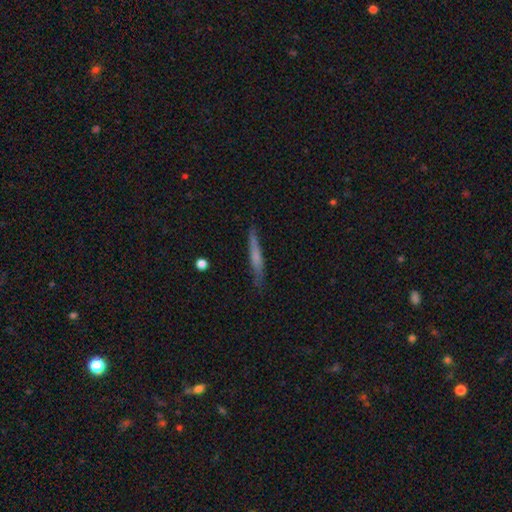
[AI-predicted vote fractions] smooth-or-featured: smooth: 52% | featured or disk: 41% | star or artifact: 7%
  how-rounded: cigar-shaped: 94% | in between: 4% | round: 2%
  merging: none: 82% | minor disturbance: 14% | major disturbance: 3% | merger: 2%